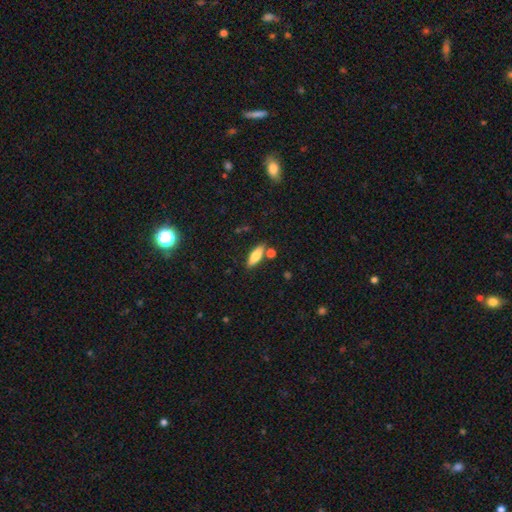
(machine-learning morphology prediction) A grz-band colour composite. It shows a smooth galaxy with no disk features (72%) that is in between round and cigar-shaped (61%). Merging: none (77%).